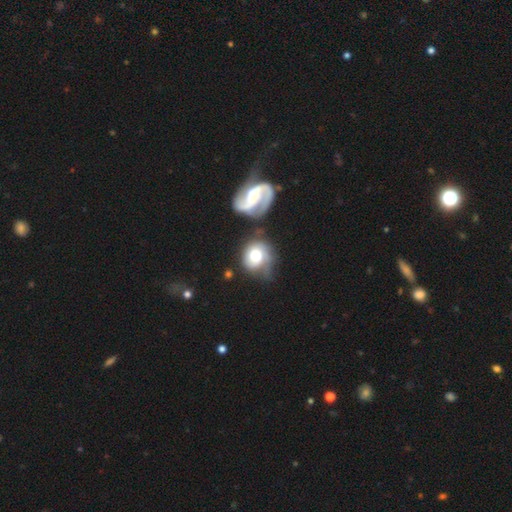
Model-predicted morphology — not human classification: This is possibly a smooth galaxy (48%). Merging: marginally none (43%).